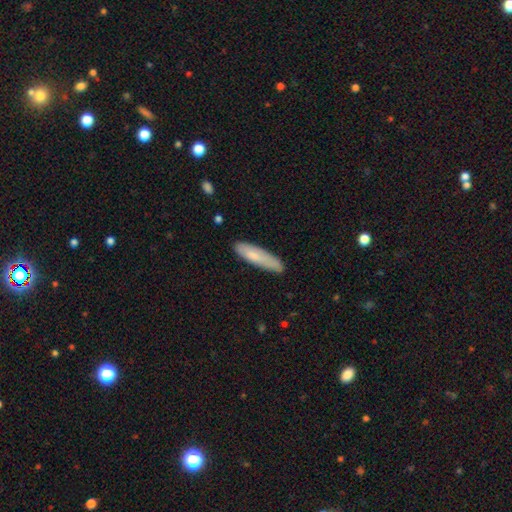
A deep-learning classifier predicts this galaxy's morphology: This is likely a smooth galaxy (75%). How rounded: likely cigar-shaped (76%). Merging: likely none (79%).